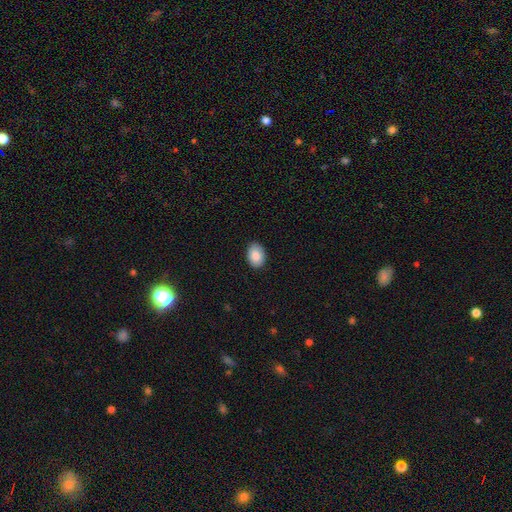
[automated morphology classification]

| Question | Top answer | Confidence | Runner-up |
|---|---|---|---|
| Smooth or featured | smooth | 87% | star or artifact (7%) |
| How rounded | in between | 79% | round (20%) |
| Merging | none | 88% | minor disturbance (10%) |